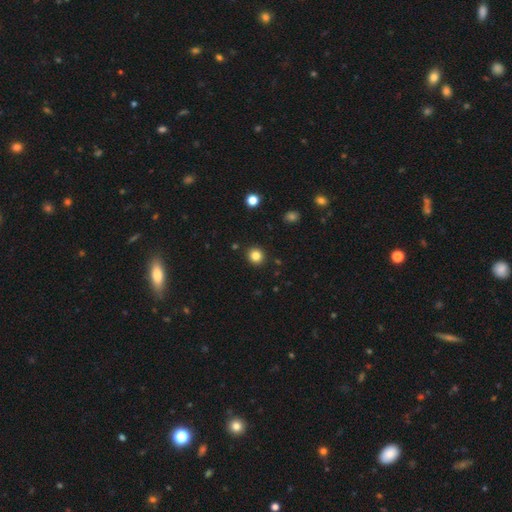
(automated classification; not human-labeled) The model was most divided on "smooth or featured": smooth: 83%, star or artifact: 12%, featured or disk: 5%. More confident: merging — none (91%); how rounded — round (87%).